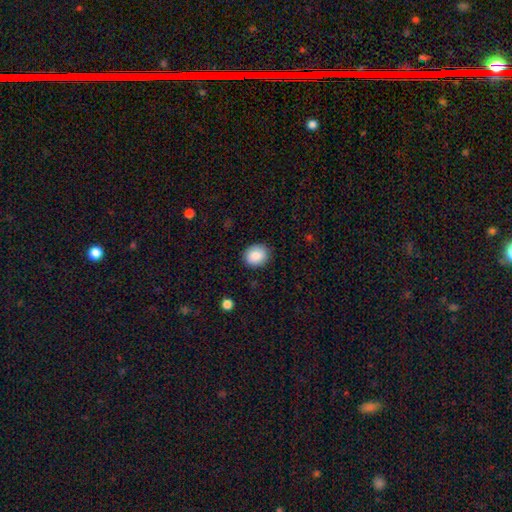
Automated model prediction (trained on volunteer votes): Smooth or featured?
  - smooth: 87% *
  - star or artifact: 8%
  - featured or disk: 5%
How rounded?
  - round: 68% *
  - in between: 31%
  - cigar-shaped: 1%
Merging?
  - none: 88% *
  - minor disturbance: 8%
  - major disturbance: 2%
  - merger: 1%